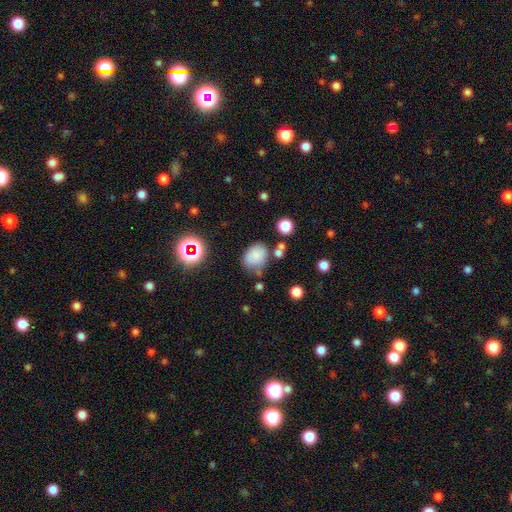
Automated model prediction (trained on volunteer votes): Q: Smooth or featured?
A: smooth (77%); runner-up: star or artifact (14%)
Q: How rounded?
A: in between (54%); runner-up: round (45%)
Q: Merging?
A: none (62%); runner-up: minor disturbance (21%)